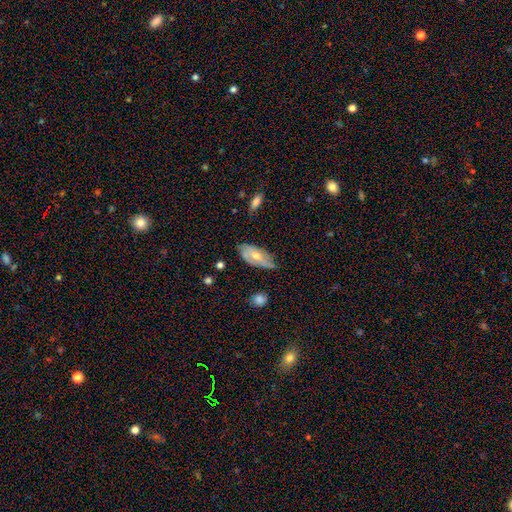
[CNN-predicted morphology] Smooth or featured? featured or disk (50%)
Edge-on disk? no (82%)
Merging? none (59%)